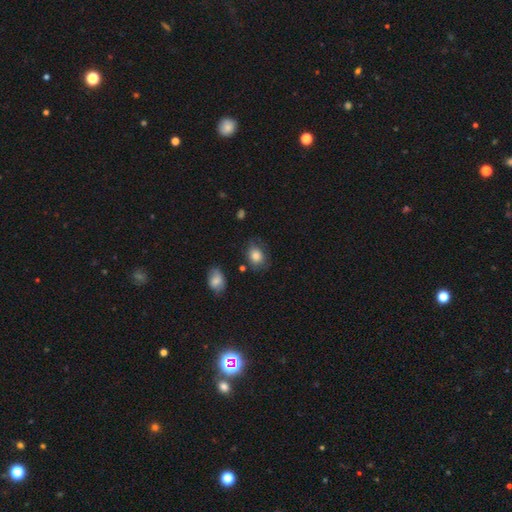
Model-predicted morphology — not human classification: A smooth galaxy with no disk features (82%) that is in between round and cigar-shaped (54%). Merging: none (66%).